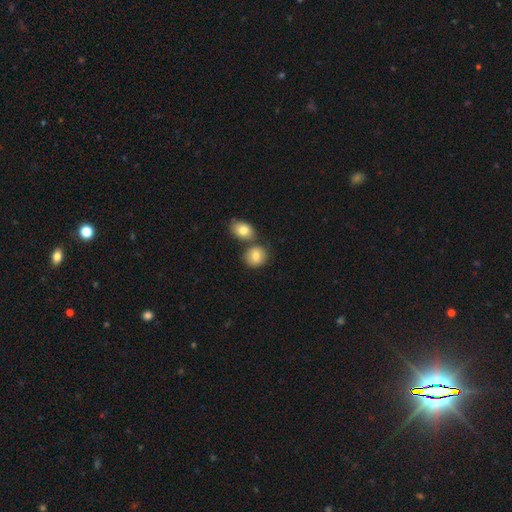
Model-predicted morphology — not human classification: smooth-or-featured: smooth: 80% | featured or disk: 11% | star or artifact: 9%
  how-rounded: round: 65% | in between: 33% | cigar-shaped: 1%
  merging: none: 60% | merger: 26% | minor disturbance: 11% | major disturbance: 3%